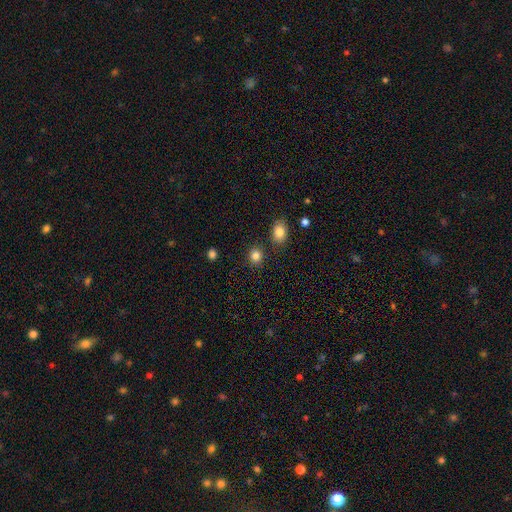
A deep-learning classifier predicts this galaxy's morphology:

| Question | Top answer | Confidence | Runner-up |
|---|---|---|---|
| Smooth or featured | smooth | 84% | star or artifact (11%) |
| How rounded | round | 80% | in between (19%) |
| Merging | none | 85% | minor disturbance (8%) |